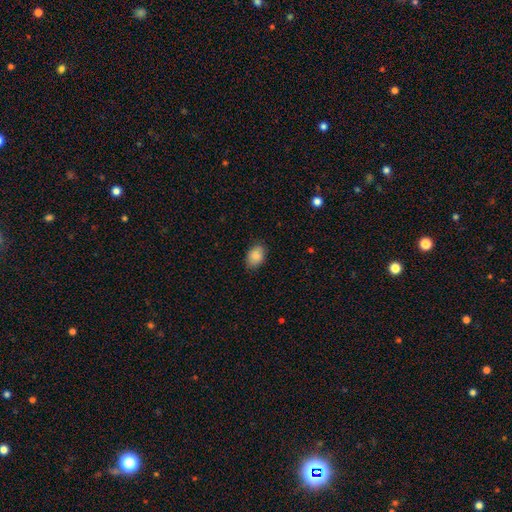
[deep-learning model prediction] smooth-or-featured: smooth: 87% | star or artifact: 7% | featured or disk: 6%
  how-rounded: in between: 83% | round: 16% | cigar-shaped: 1%
  merging: none: 84% | minor disturbance: 12% | major disturbance: 3% | merger: 1%